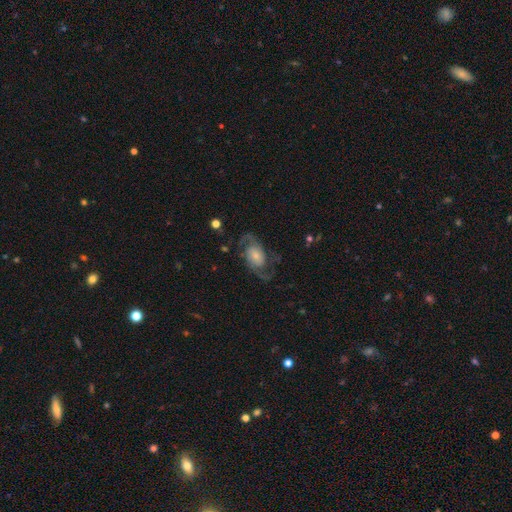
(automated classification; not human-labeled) Q: Smooth or featured?
A: featured or disk (83%); runner-up: smooth (11%)
Q: Edge-on disk?
A: no (97%); runner-up: yes (3%)
Q: Bar?
A: no (63%); runner-up: weak (29%)
Q: Spiral arms?
A: yes (95%); runner-up: no (5%)
Q: Spiral winding?
A: medium (49%); runner-up: loose (38%)
Q: Spiral arm count?
A: 2 (91%); runner-up: can't tell (3%)
Q: Bulge size?
A: small (40%); runner-up: moderate (28%)
Q: Merging?
A: none (69%); runner-up: minor disturbance (16%)